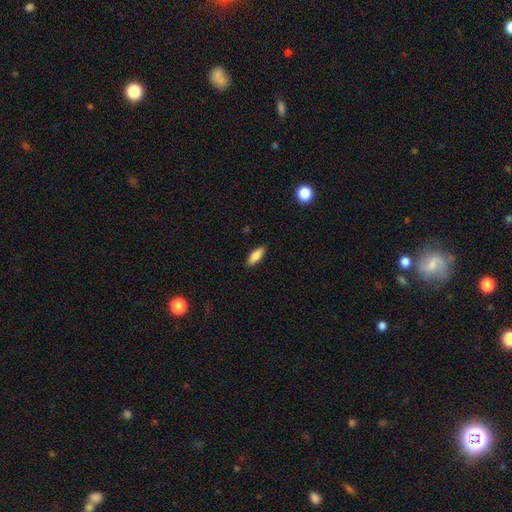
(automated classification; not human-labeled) smooth_or_featured: smooth (p=0.85) [alt: featured or disk p=0.08]
how_rounded: in between (p=0.69) [alt: cigar-shaped p=0.29]
merging: none (p=0.88) [alt: minor disturbance p=0.09]